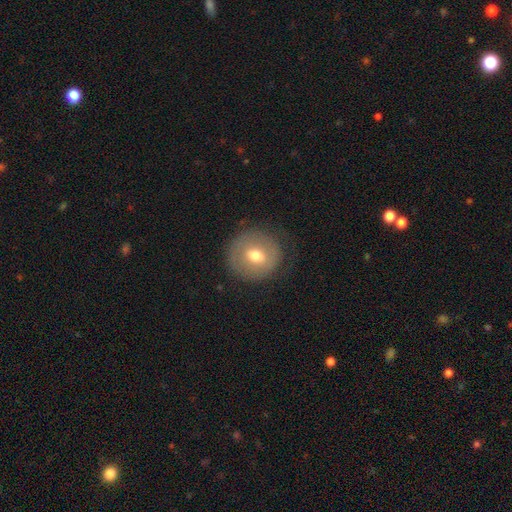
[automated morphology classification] Q: Smooth or featured?
A: smooth (59%); runner-up: featured or disk (32%)
Q: How rounded?
A: round (89%); runner-up: in between (10%)
Q: Merging?
A: none (80%); runner-up: minor disturbance (13%)